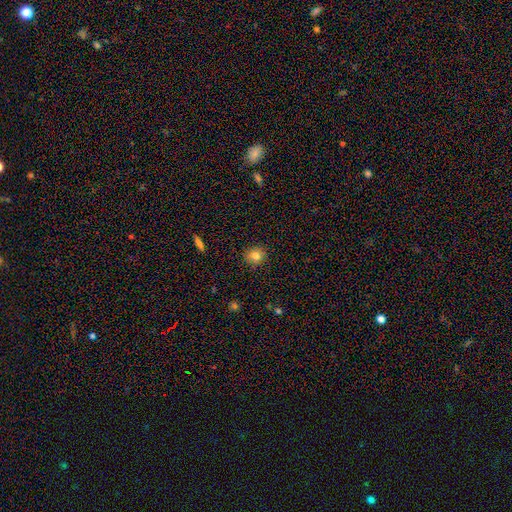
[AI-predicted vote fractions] Smooth or featured? smooth (80%)
How rounded? round (84%)
Merging? none (89%)